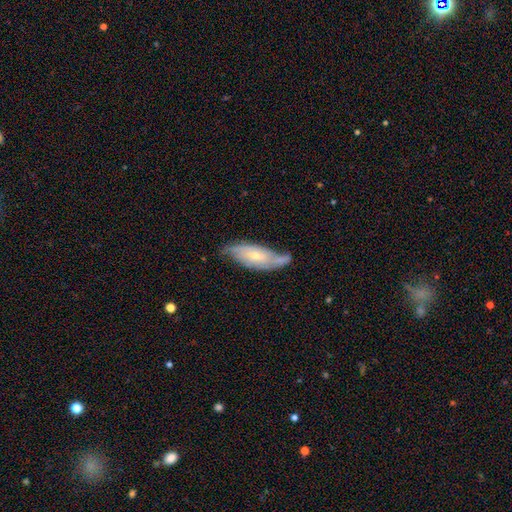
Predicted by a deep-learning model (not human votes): This is likely a featured or disk galaxy (66%). It is clearly not viewed edge-on (84%). Bar: possibly no (58%). Spiral arm pattern: clearly yes (85%). Central bulge: likely small (63%). Merging: possibly none (56%).